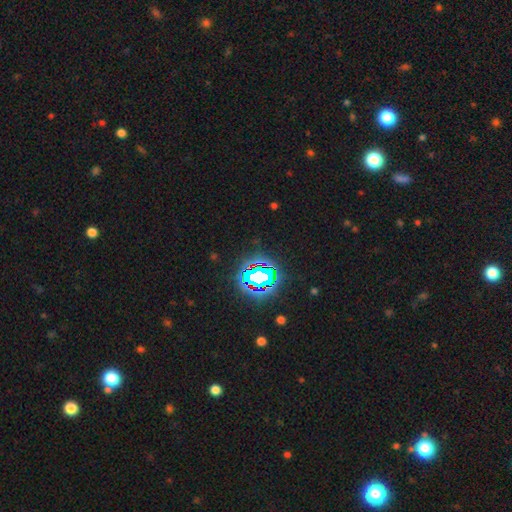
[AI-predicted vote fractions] star or artifact 82%, smooth 12%, featured or disk 7%.